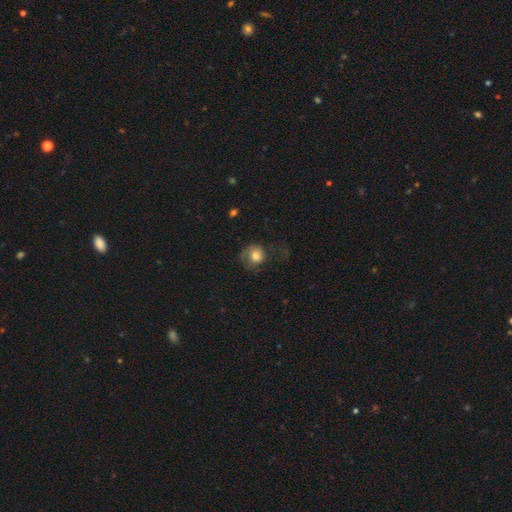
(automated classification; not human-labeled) This appears to be a smooth galaxy with no disk features (70%) that is round (77%). Merging: none (44%).